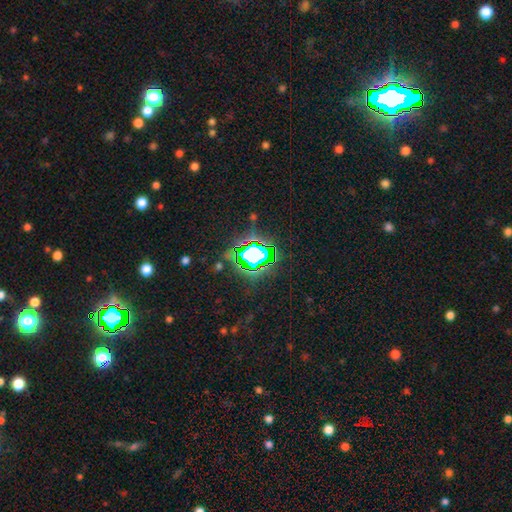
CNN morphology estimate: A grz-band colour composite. It shows a star or artifact, not a galaxy (72%).